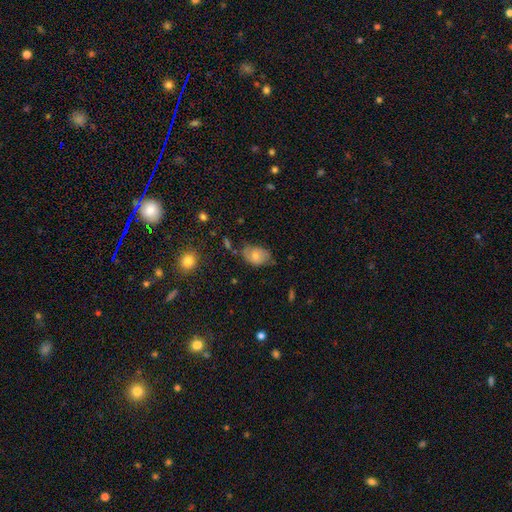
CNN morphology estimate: smooth-or-featured: smooth: 65% | featured or disk: 27% | star or artifact: 8%
  how-rounded: in between: 82% | round: 17% | cigar-shaped: 1%
  merging: none: 55% | minor disturbance: 32% | major disturbance: 9% | merger: 4%